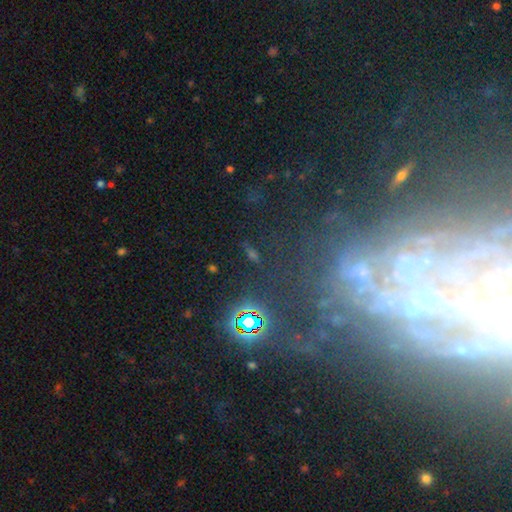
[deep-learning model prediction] Smooth or featured? star or artifact (42%)